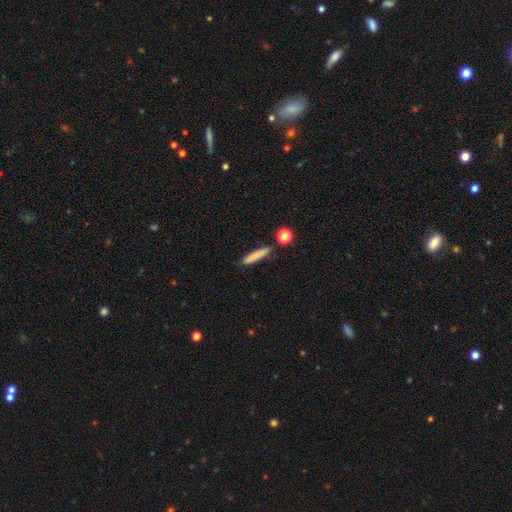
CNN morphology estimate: Smooth or featured? smooth (81%)
How rounded? cigar-shaped (82%)
Merging? none (81%)